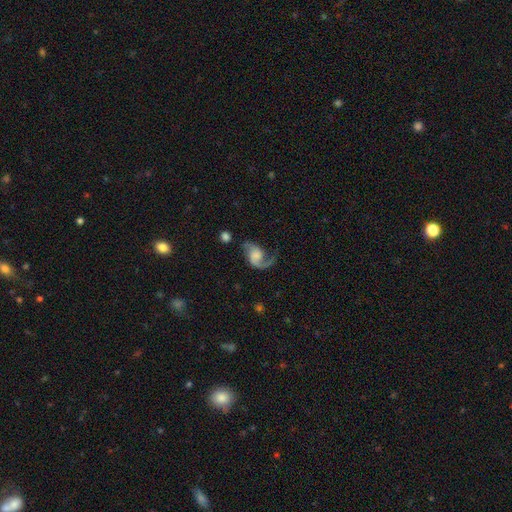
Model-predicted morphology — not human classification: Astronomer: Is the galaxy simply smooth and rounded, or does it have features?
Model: featured or disk — 86%.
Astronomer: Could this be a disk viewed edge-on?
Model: no — 98%.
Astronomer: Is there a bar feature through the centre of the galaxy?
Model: no — 58% (runner-up: weak, 35%).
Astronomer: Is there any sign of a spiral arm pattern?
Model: yes — 96%.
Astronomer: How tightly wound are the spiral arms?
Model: loose — 53% (runner-up: medium, 38%).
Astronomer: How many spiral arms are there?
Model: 2 — 74%.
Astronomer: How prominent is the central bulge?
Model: none — 29% (runner-up: moderate, 27%).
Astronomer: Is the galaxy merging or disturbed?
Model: none — 56%.